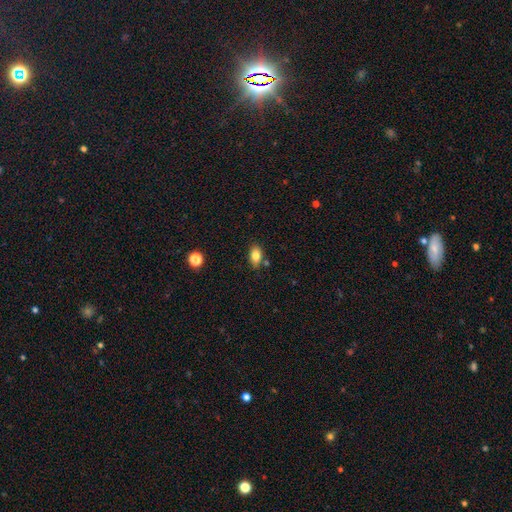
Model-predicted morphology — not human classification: smooth 81%, featured or disk 10%, star or artifact 9%. Down the decision tree: how rounded — in between (86%); merging — none (77%).